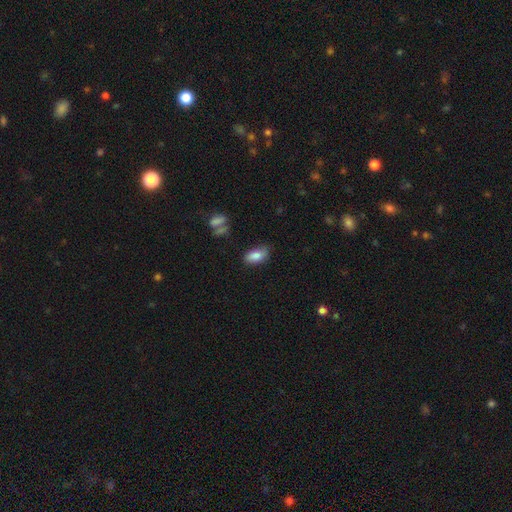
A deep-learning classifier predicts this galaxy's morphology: Smooth or featured: smooth — 82% (featured or disk — 10%)
How rounded: in between — 91% (cigar-shaped — 5%)
Merging: none — 76% (minor disturbance — 18%)